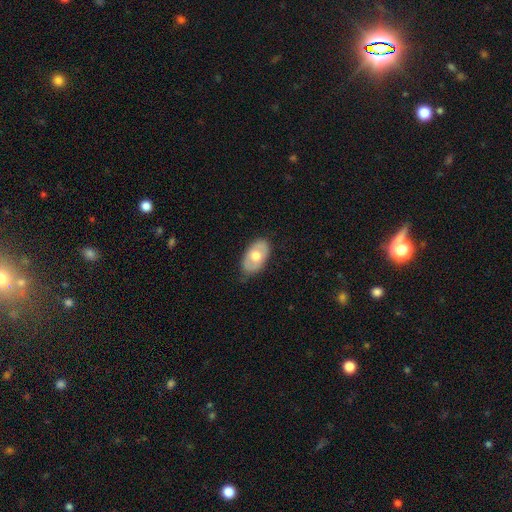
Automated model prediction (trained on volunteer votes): Smooth or featured? Predicted: smooth (p=0.59). How rounded? Predicted: in between (p=0.91). Merging? Predicted: none (p=0.77).